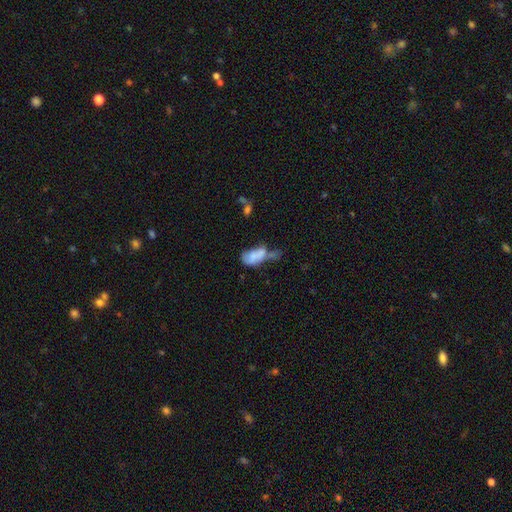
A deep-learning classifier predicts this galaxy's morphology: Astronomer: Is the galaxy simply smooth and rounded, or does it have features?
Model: smooth — 66%.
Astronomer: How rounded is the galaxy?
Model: in between — 88%.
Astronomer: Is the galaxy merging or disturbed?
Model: merger — 40% (runner-up: major disturbance, 23%).